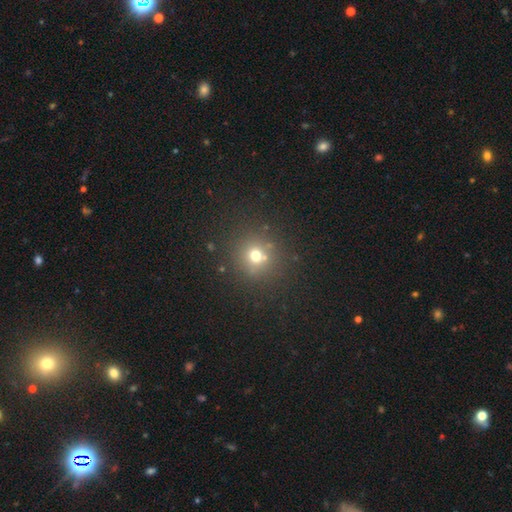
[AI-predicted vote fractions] A smooth galaxy with no disk features (66%) that is round (91%). Merging: none (79%).